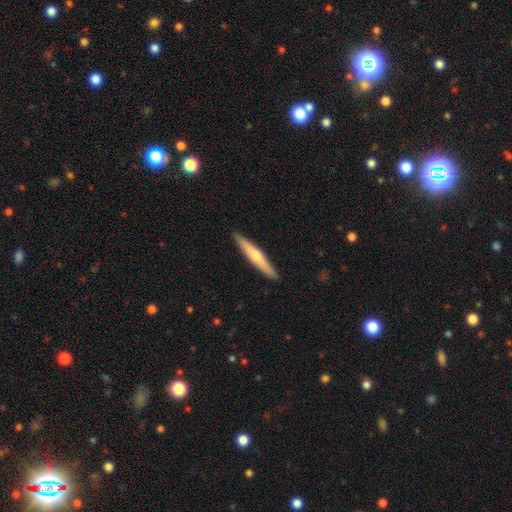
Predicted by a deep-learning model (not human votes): smooth_or_featured: featured or disk (p=0.52) [alt: smooth p=0.43]
disk_edge_on: yes (p=0.95) [alt: no p=0.05]
merging: none (p=0.91) [alt: minor disturbance p=0.06]